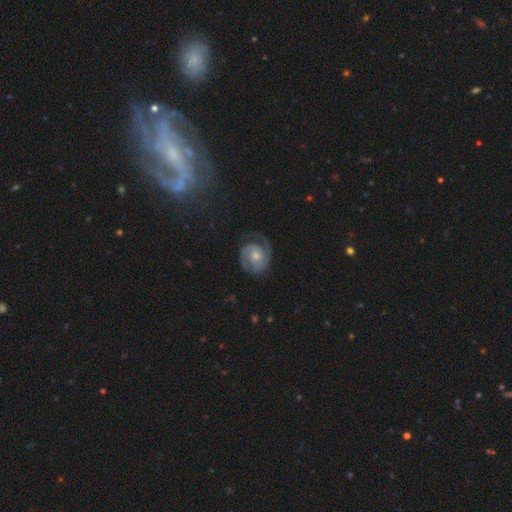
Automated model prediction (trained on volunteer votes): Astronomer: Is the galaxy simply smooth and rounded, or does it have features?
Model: featured or disk — 79%.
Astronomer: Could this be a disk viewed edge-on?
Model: no — 98%.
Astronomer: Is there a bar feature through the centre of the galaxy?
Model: no — 73%.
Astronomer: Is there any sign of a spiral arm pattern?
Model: yes — 95%.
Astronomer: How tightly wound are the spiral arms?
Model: tight — 57% (runner-up: medium, 32%).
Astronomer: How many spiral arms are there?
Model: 2 — 58%.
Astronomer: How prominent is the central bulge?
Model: moderate — 51% (runner-up: small, 41%).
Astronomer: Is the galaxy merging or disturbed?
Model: none — 65%.